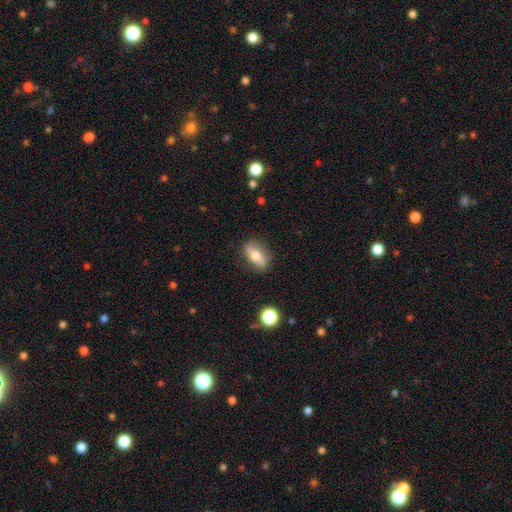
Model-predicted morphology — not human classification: Smooth or featured? smooth (58%)
How rounded? in between (75%)
Merging? none (81%)